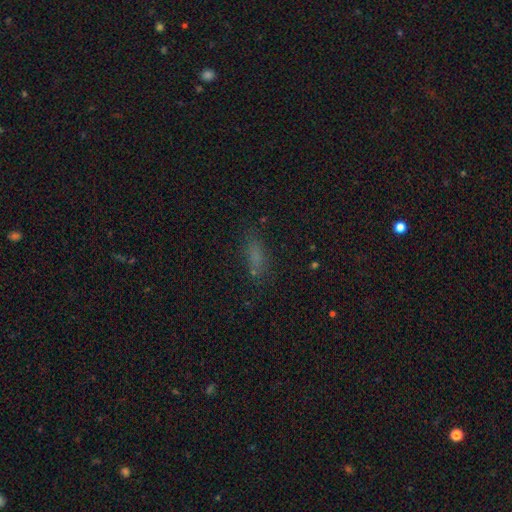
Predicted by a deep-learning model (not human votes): Smooth or featured?
  - smooth: 69% *
  - star or artifact: 20%
  - featured or disk: 11%
How rounded?
  - in between: 57% *
  - cigar-shaped: 39%
  - round: 4%
Merging?
  - none: 71% *
  - minor disturbance: 18%
  - major disturbance: 8%
  - merger: 3%